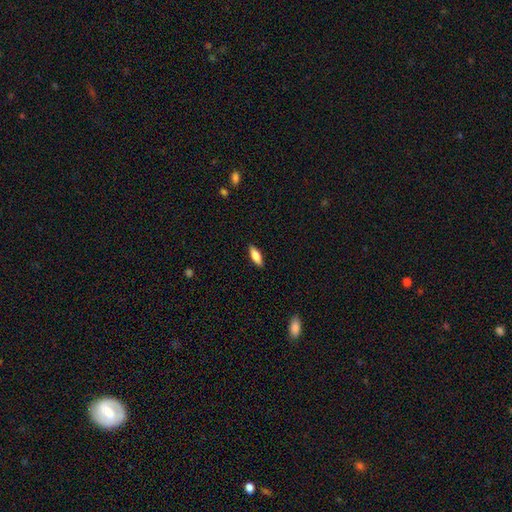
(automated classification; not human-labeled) smooth_or_featured: smooth (p=0.76) [alt: featured or disk p=0.18]
how_rounded: in between (p=0.64) [alt: cigar-shaped p=0.34]
merging: none (p=0.89) [alt: minor disturbance p=0.08]